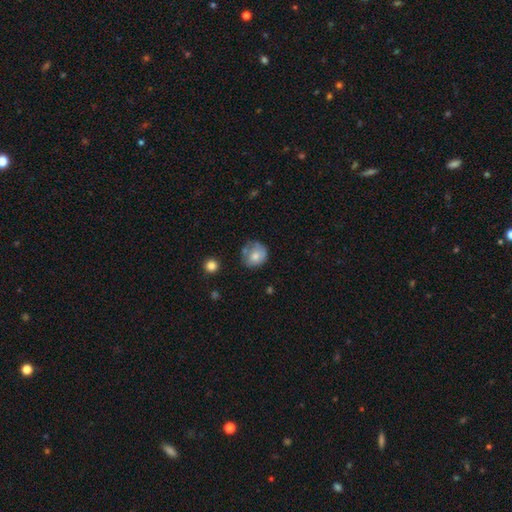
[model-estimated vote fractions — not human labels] A smooth galaxy with no disk features (69%) that is round (76%).

Vote fractions:
- Smooth or featured? smooth: 69% / featured or disk: 23% / star or artifact: 8%
- How rounded? round: 76% / in between: 23% / cigar-shaped: 1%
- Merging? none: 50% / minor disturbance: 30% / major disturbance: 12% / merger: 8%